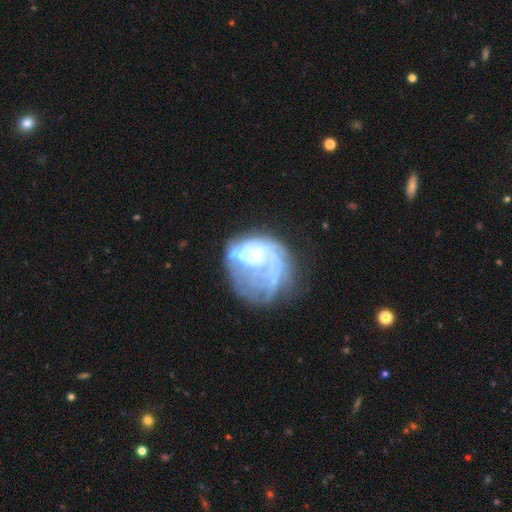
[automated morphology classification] A featured or disk galaxy (77%) with no bar (67%), tight (45%) spiral arms (77%) and a small central bulge (57%). Merging: major disturbance (39%).